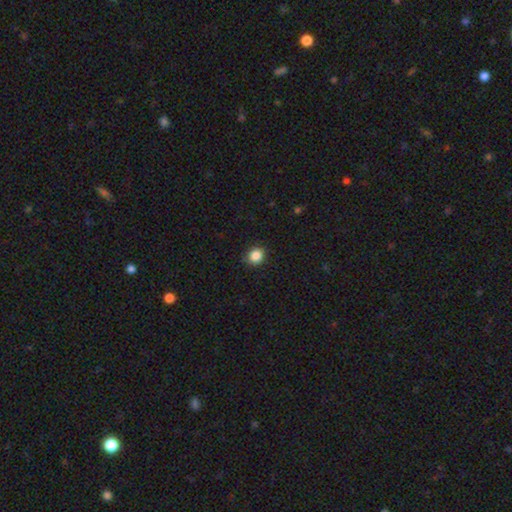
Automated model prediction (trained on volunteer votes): smooth-or-featured: smooth: 87% | star or artifact: 10% | featured or disk: 3%
  how-rounded: round: 81% | in between: 18% | cigar-shaped: 1%
  merging: none: 90% | minor disturbance: 7% | major disturbance: 2% | merger: 1%